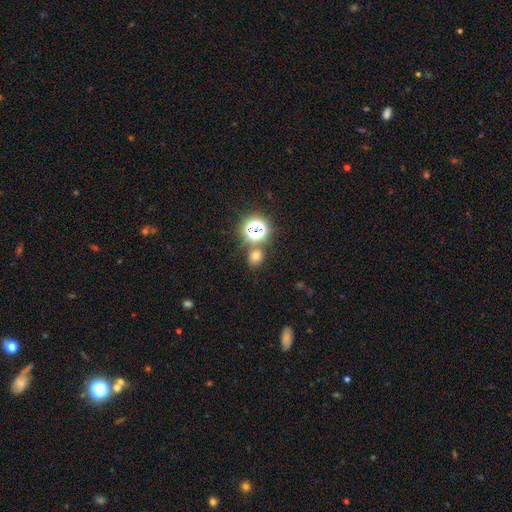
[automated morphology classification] smooth-or-featured: smooth: 65% | star or artifact: 27% | featured or disk: 8%
  how-rounded: round: 75% | in between: 24% | cigar-shaped: 1%
  merging: none: 75% | merger: 13% | minor disturbance: 9% | major disturbance: 3%